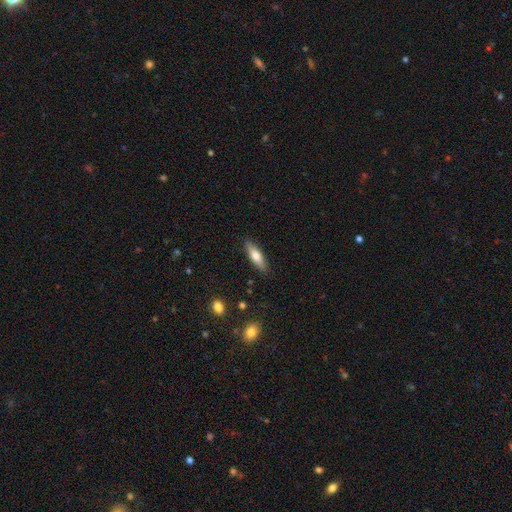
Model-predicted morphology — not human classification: Smooth or featured?
  - smooth: 66% *
  - featured or disk: 28%
  - star or artifact: 6%
How rounded?
  - cigar-shaped: 60% *
  - in between: 38%
  - round: 2%
Merging?
  - none: 87% *
  - minor disturbance: 9%
  - major disturbance: 2%
  - merger: 1%